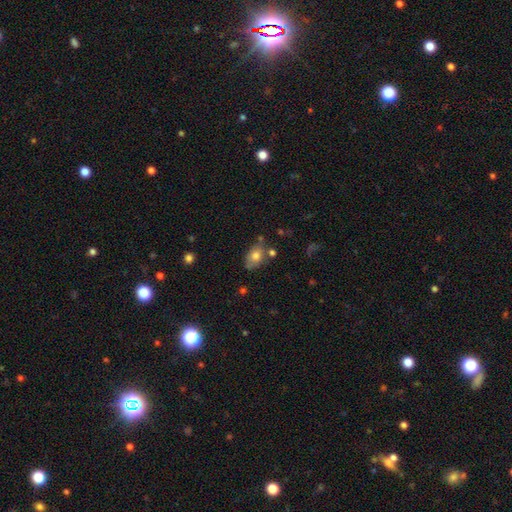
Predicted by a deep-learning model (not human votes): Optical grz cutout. It shows a smooth galaxy with no disk features (74%) that is in between round and cigar-shaped (80%). Merging: none (60%).